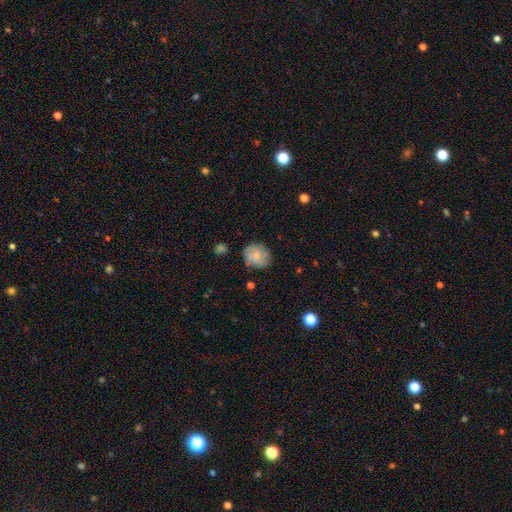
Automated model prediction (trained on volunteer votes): Smooth or featured? smooth (65%)
How rounded? round (65%)
Merging? none (71%)